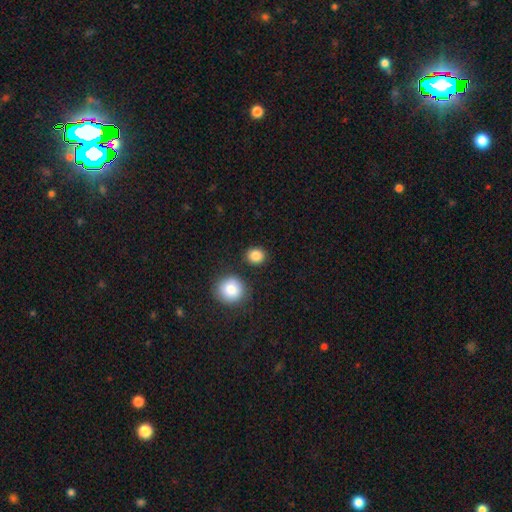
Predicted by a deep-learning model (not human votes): A smooth galaxy with no disk features (86%) that is round (78%).

Vote fractions:
- Smooth or featured? smooth: 86% / star or artifact: 10% / featured or disk: 4%
- How rounded? round: 78% / in between: 21% / cigar-shaped: 1%
- Merging? none: 86% / minor disturbance: 7% / merger: 5% / major disturbance: 2%